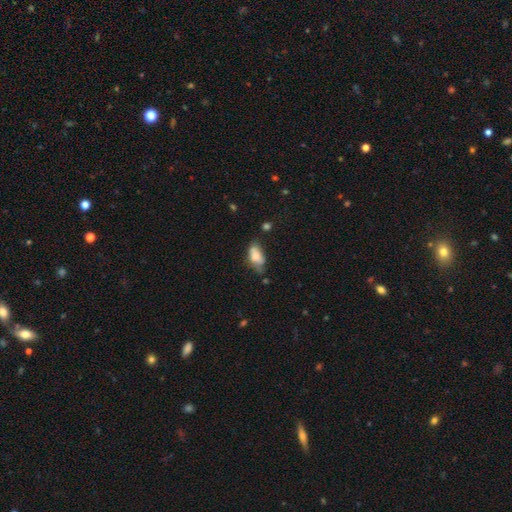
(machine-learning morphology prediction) A smooth galaxy with no disk features (75%) that is in between round and cigar-shaped (90%).

Vote fractions:
- Smooth or featured? smooth: 75% / featured or disk: 17% / star or artifact: 8%
- How rounded? in between: 90% / cigar-shaped: 7% / round: 4%
- Merging? none: 42% / minor disturbance: 38% / major disturbance: 14% / merger: 6%